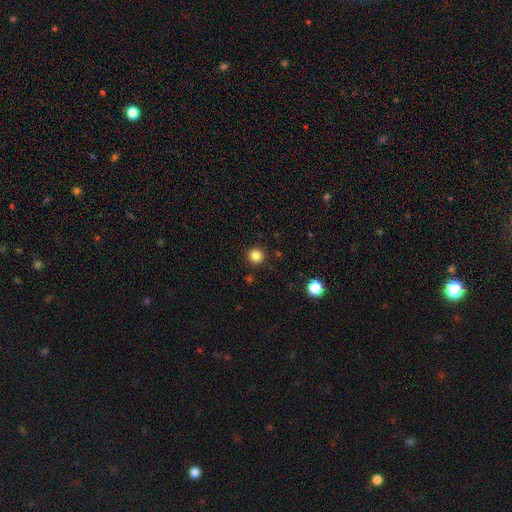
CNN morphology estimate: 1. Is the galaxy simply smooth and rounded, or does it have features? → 85% smooth, 12% star or artifact, 4% featured or disk.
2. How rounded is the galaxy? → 95% round, 4% in between, 1% cigar-shaped.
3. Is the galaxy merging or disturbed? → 91% none, 5% minor disturbance, 2% major disturbance, 1% merger.